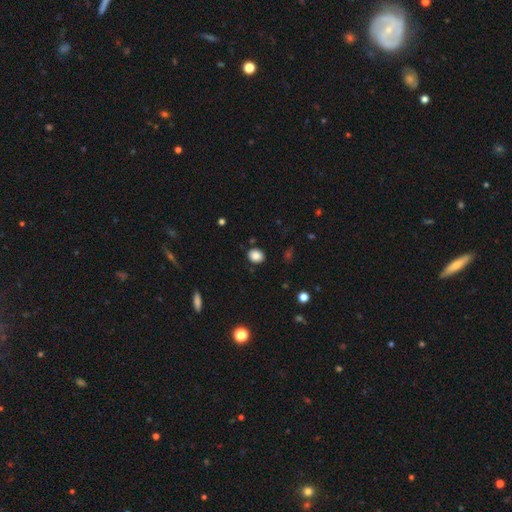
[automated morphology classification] This appears to be a smooth galaxy with no disk features (85%) that is round (55%). Merging: none (87%).